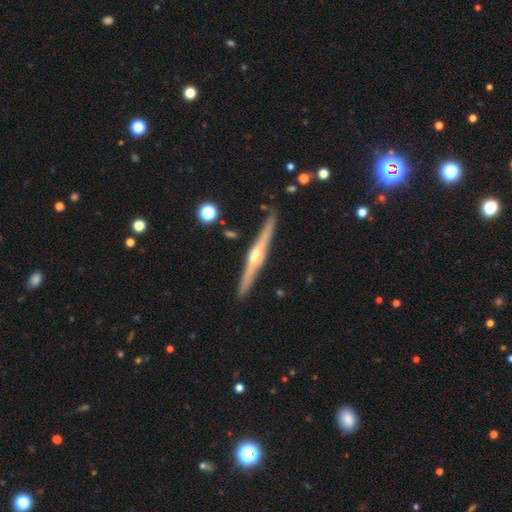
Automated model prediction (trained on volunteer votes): Morphology: type=featured or disk (81%); edge-on=yes (98%); edge-on bulge=rounded (87%); merging=none (88%).